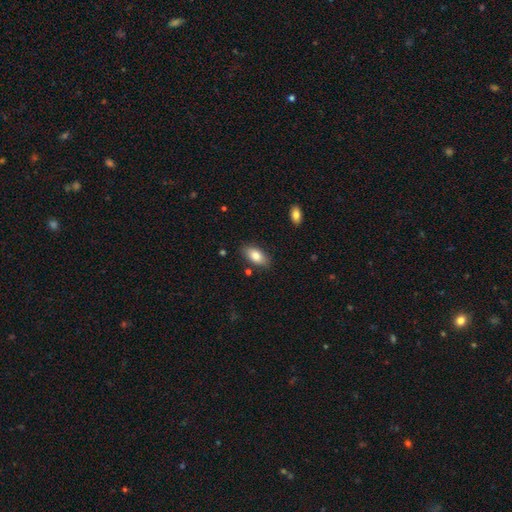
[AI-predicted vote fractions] This is clearly a smooth galaxy (83%). How rounded: clearly in between (92%). Merging: clearly none (84%).